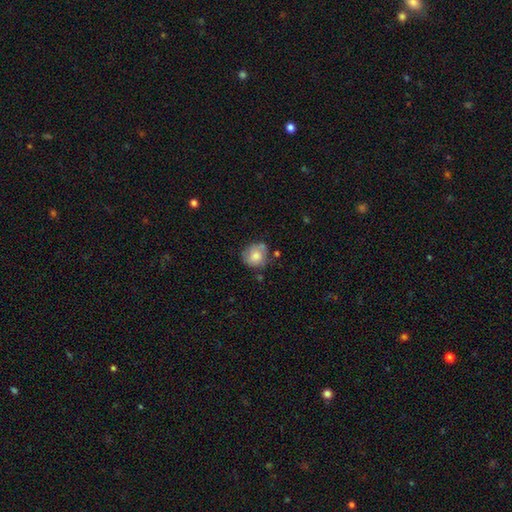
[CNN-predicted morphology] Overall: smooth (72%). How rounded: round (81%). Merging: none (61%; minor disturbance 24%).